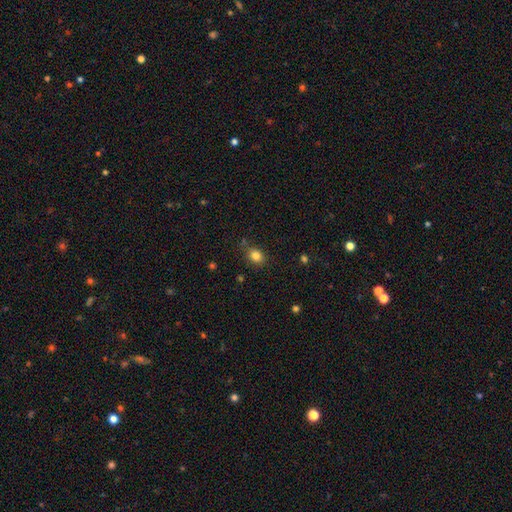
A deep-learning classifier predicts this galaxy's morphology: Smooth or featured? smooth (83%)
How rounded? round (51%)
Merging? none (78%)